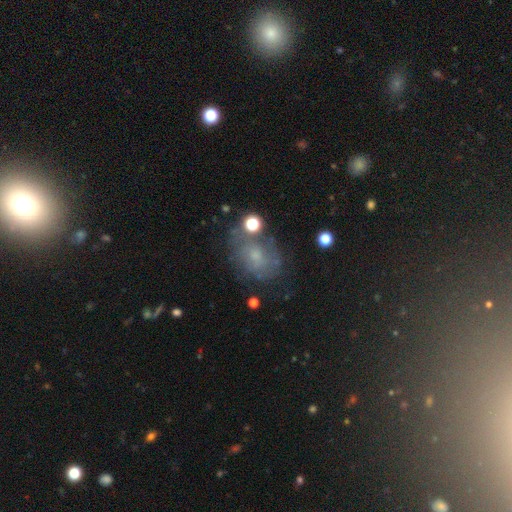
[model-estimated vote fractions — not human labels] A smooth galaxy with no disk features (44%).

Vote fractions:
- Smooth or featured? smooth: 44% / featured or disk: 38% / star or artifact: 19%
- Merging? none: 59% / minor disturbance: 21% / major disturbance: 13% / merger: 7%